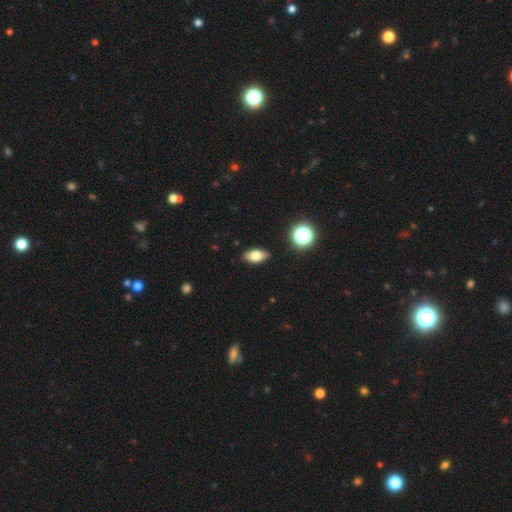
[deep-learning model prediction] smooth-or-featured: smooth: 69% | featured or disk: 20% | star or artifact: 10%
  how-rounded: in between: 85% | cigar-shaped: 8% | round: 7%
  merging: none: 87% | minor disturbance: 9% | major disturbance: 2% | merger: 1%